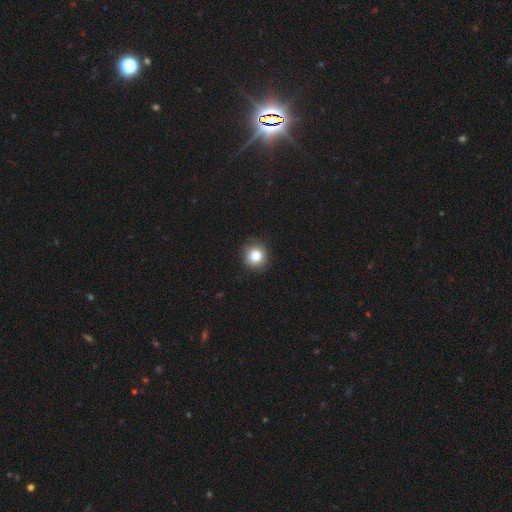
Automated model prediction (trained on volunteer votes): Smooth or featured?
  - smooth: 82% *
  - star or artifact: 11%
  - featured or disk: 8%
How rounded?
  - round: 93% *
  - in between: 6%
  - cigar-shaped: 1%
Merging?
  - none: 90% *
  - minor disturbance: 7%
  - major disturbance: 2%
  - merger: 1%